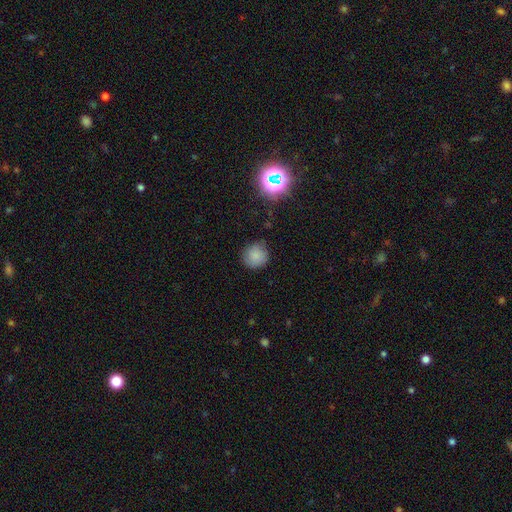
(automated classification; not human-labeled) This appears to be a smooth galaxy with no disk features (81%) that is round (91%). Merging: none (82%).